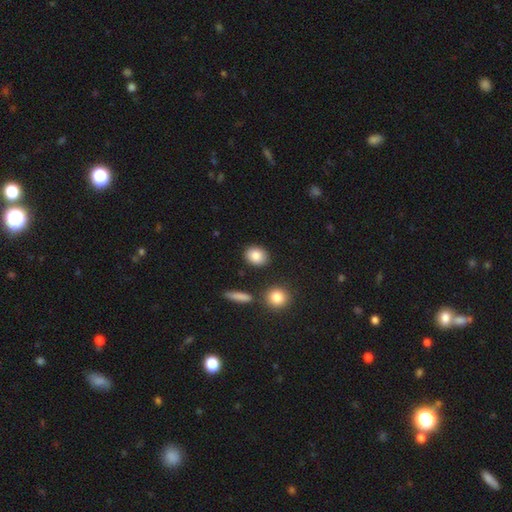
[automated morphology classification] Q: Smooth or featured?
A: smooth (86%); runner-up: star or artifact (8%)
Q: How rounded?
A: in between (49%); runner-up: round (48%)
Q: Merging?
A: none (86%); runner-up: minor disturbance (8%)